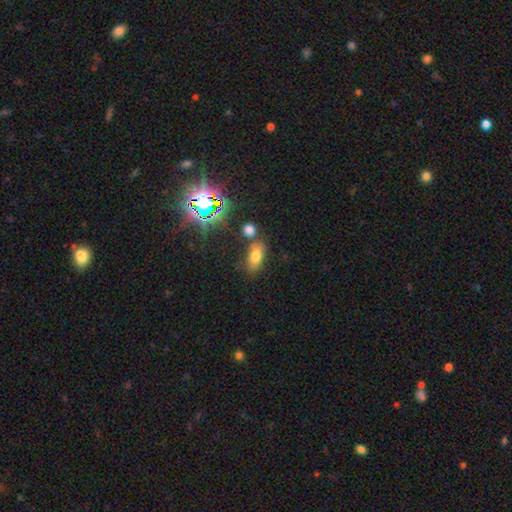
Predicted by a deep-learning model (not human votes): smooth_or_featured: smooth (p=0.67) [alt: star or artifact p=0.20]
how_rounded: in between (p=0.80) [alt: cigar-shaped p=0.11]
merging: none (p=0.69) [alt: minor disturbance p=0.13]